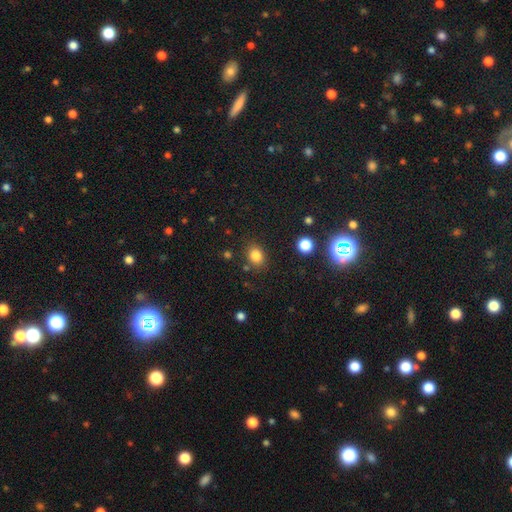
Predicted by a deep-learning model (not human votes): Smooth or featured? smooth (82%)
How rounded? round (51%)
Merging? none (81%)